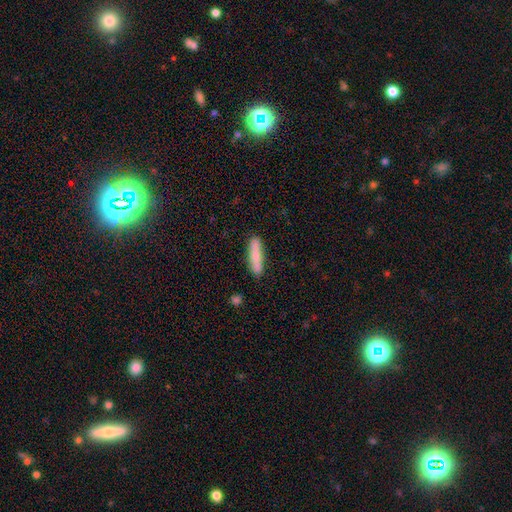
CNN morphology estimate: smooth 74%, featured or disk 20%, star or artifact 6%. Down the decision tree: how rounded — cigar-shaped (83%); merging — none (86%).